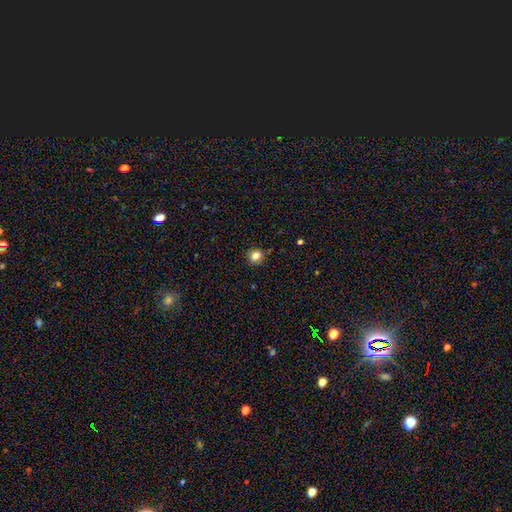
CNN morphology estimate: Smooth or featured? smooth (80%)
How rounded? round (86%)
Merging? none (86%)